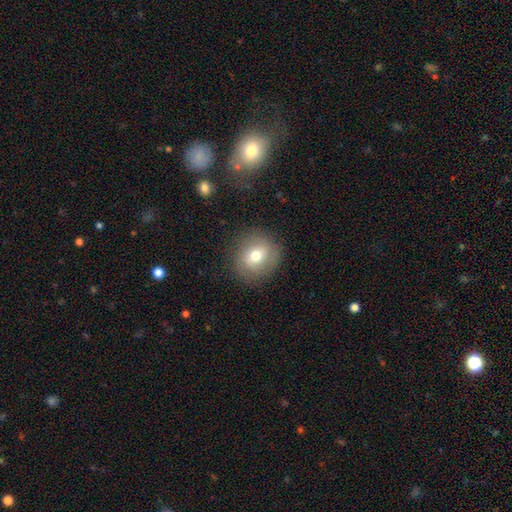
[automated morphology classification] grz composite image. It shows a smooth galaxy with no disk features (67%) that is round (85%). Merging: none (83%).